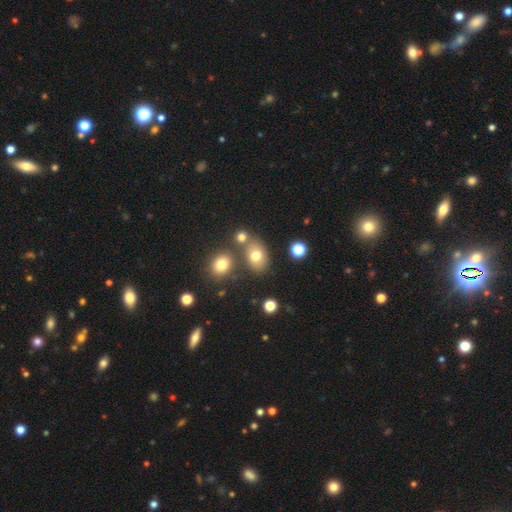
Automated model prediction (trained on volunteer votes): Smooth or featured? Predicted: smooth (p=0.72). How rounded? Predicted: in between (p=0.69). Merging? Predicted: none (p=0.63).